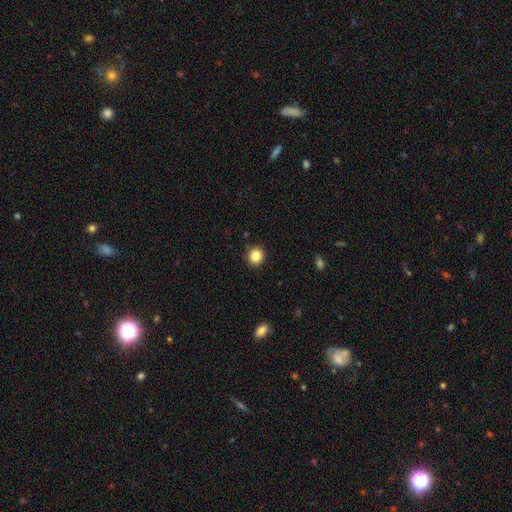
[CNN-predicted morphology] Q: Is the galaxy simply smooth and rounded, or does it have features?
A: smooth — 85%.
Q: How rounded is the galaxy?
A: round — 83%.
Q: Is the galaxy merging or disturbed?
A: none — 90%.